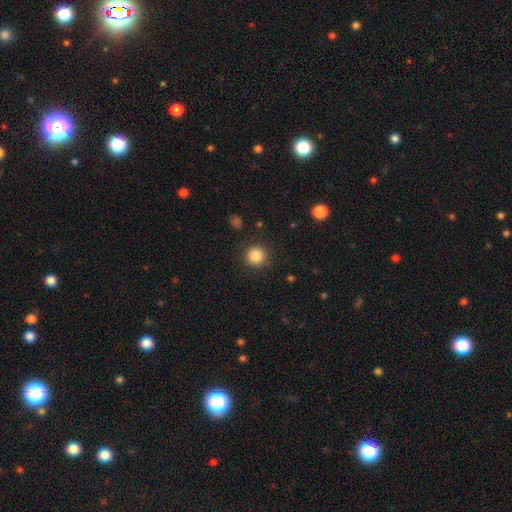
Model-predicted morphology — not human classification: type=smooth (84%); roundness=round (94%); merging=none (90%).